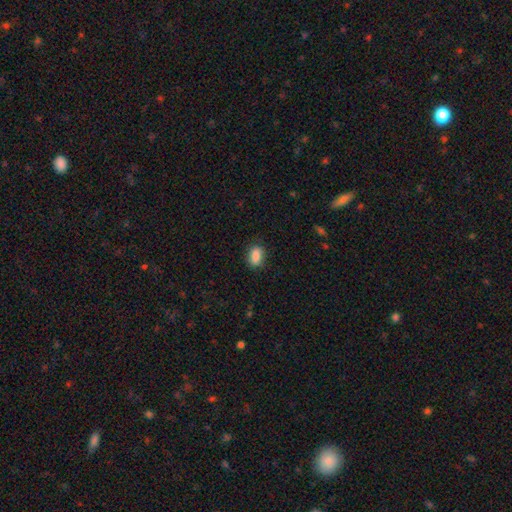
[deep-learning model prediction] Smooth or featured?
  - smooth: 87% *
  - star or artifact: 8%
  - featured or disk: 5%
How rounded?
  - in between: 85% *
  - round: 10%
  - cigar-shaped: 5%
Merging?
  - none: 83% *
  - minor disturbance: 13%
  - major disturbance: 3%
  - merger: 1%